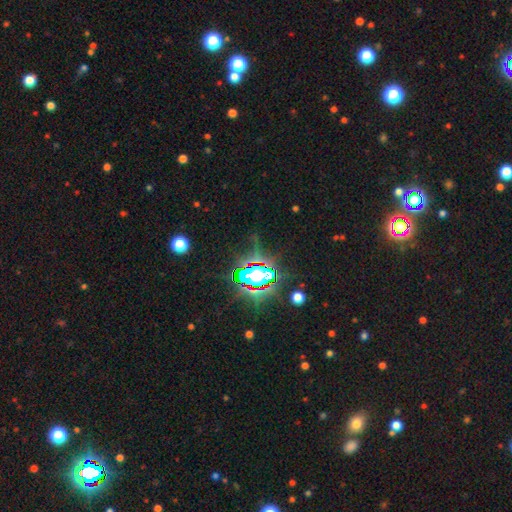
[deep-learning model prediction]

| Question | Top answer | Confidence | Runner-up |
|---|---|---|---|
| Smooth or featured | star or artifact | 82% | smooth (10%) |